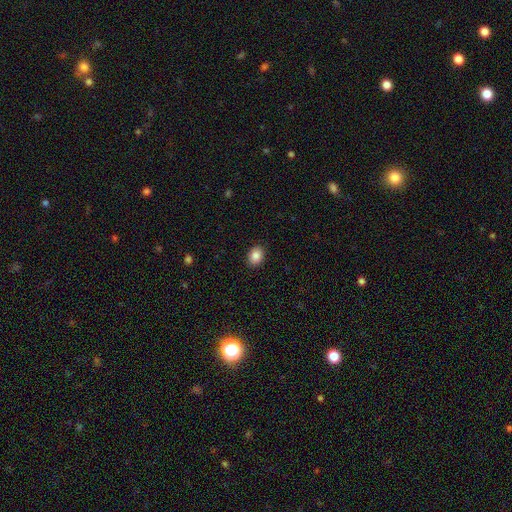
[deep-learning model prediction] This is clearly a smooth galaxy (87%). How rounded: possibly in between (60%). Merging: clearly none (90%).